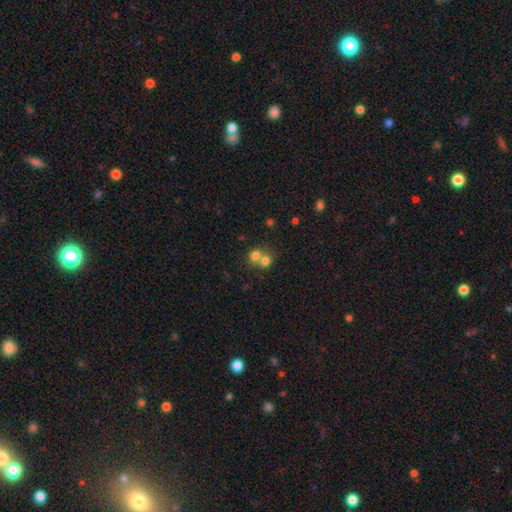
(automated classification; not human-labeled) Morphology: type=smooth (74%); roundness=round (78%); merging=merger (61%).